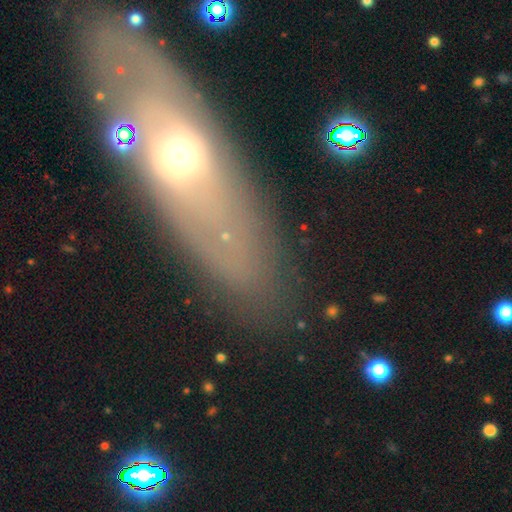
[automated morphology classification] A featured or disk galaxy (49%).

Vote fractions:
- Smooth or featured? featured or disk: 49% / smooth: 37% / star or artifact: 14%
- Merging? none: 82% / minor disturbance: 11% / major disturbance: 5% / merger: 3%